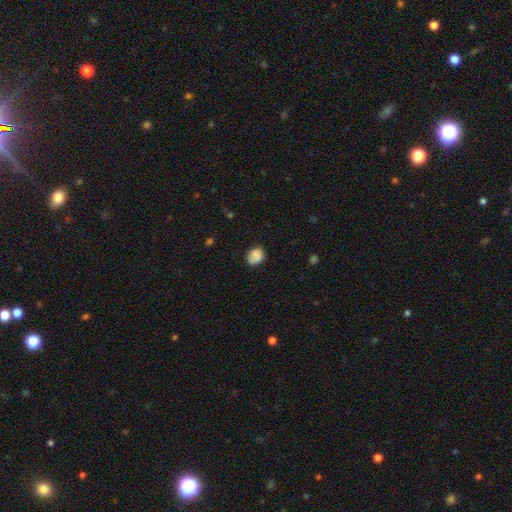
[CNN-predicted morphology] Smooth or featured: smooth — 84% (star or artifact — 9%)
How rounded: round — 54% (in between — 45%)
Merging: none — 71% (minor disturbance — 21%)